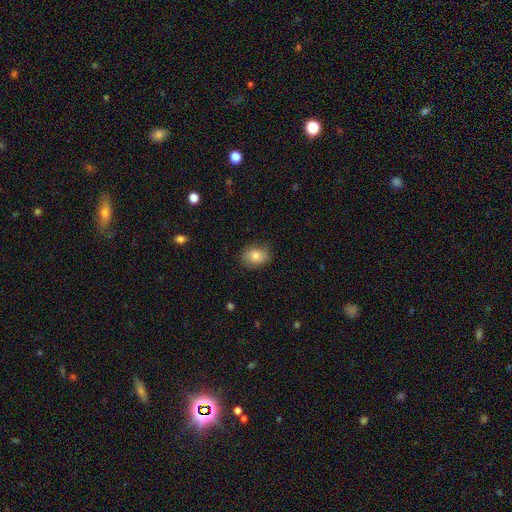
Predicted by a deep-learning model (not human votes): smooth_or_featured: smooth (p=0.80) [alt: featured or disk p=0.12]
how_rounded: in between (p=0.69) [alt: round p=0.30]
merging: none (p=0.81) [alt: minor disturbance p=0.15]